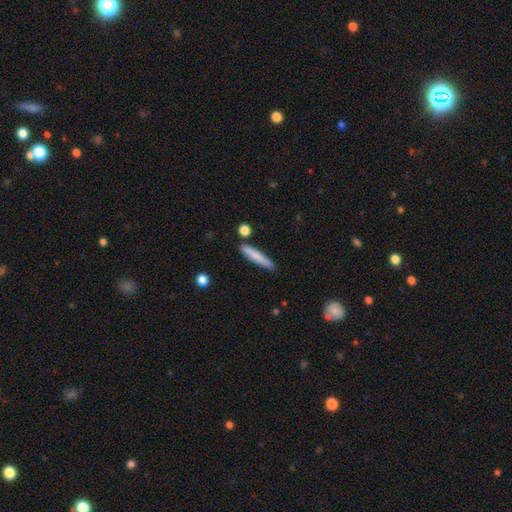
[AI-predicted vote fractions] Smooth or featured? smooth (77%)
How rounded? cigar-shaped (91%)
Merging? none (82%)